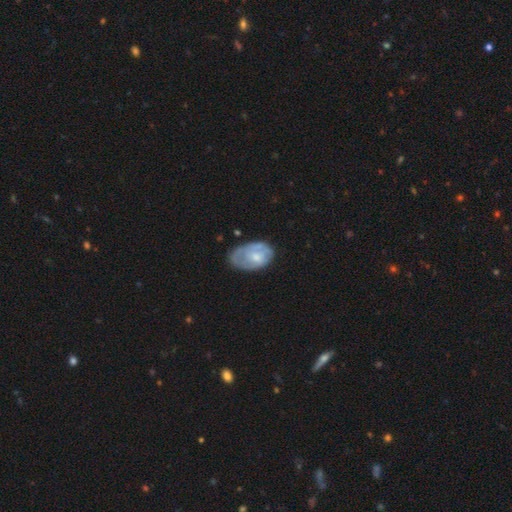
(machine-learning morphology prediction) Smooth or featured? Predicted: smooth (p=0.49). Merging? Predicted: none (p=0.53).